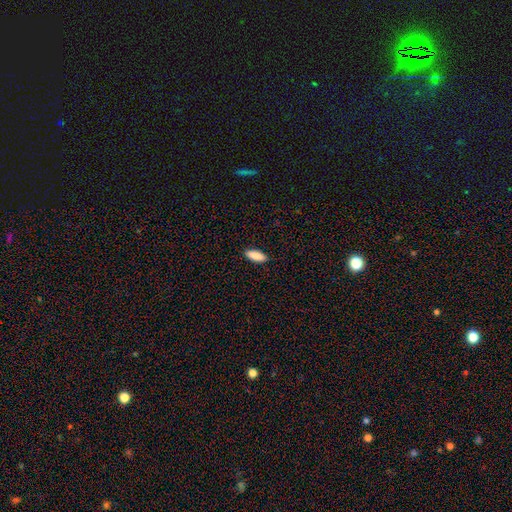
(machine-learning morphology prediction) Smooth or featured?
  - smooth: 89% *
  - star or artifact: 6%
  - featured or disk: 5%
How rounded?
  - in between: 72% *
  - cigar-shaped: 26%
  - round: 2%
Merging?
  - none: 90% *
  - minor disturbance: 8%
  - major disturbance: 2%
  - merger: 1%